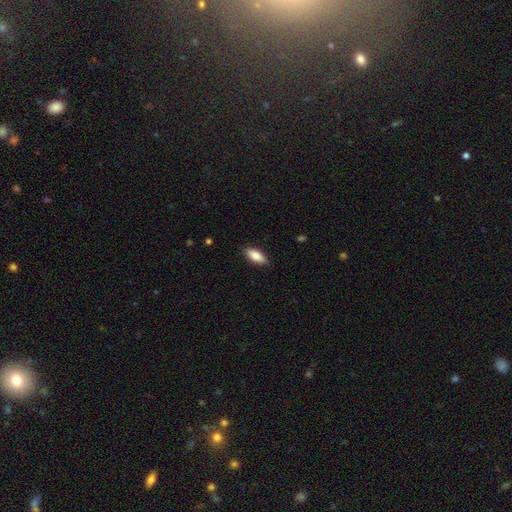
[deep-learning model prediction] smooth-or-featured: smooth: 84% | featured or disk: 10% | star or artifact: 6%
  how-rounded: in between: 82% | cigar-shaped: 15% | round: 2%
  merging: none: 86% | minor disturbance: 11% | major disturbance: 2% | merger: 1%